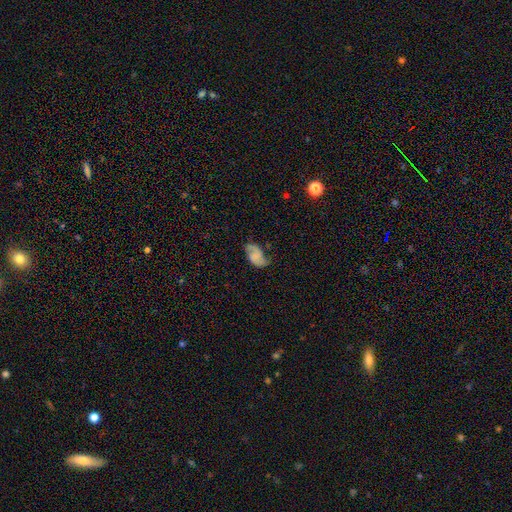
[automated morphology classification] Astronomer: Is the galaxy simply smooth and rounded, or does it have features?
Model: featured or disk — 58%.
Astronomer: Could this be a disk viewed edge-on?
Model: no — 97%.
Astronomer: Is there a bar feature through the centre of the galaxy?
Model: no — 58%.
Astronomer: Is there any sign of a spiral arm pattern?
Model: yes — 91%.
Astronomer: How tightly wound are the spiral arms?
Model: loose — 46% (runner-up: medium, 38%).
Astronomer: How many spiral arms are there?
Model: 2 — 86%.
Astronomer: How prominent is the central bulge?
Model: none — 62%.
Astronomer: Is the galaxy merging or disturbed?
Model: none — 60%.